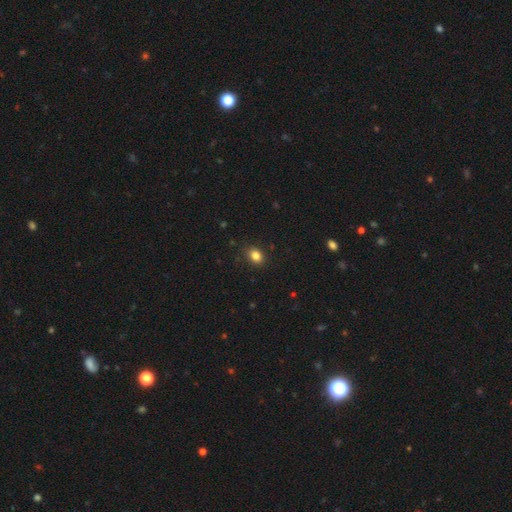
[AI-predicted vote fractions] Q: Smooth or featured?
A: smooth (84%); runner-up: star or artifact (11%)
Q: How rounded?
A: in between (61%); runner-up: round (38%)
Q: Merging?
A: none (86%); runner-up: minor disturbance (11%)